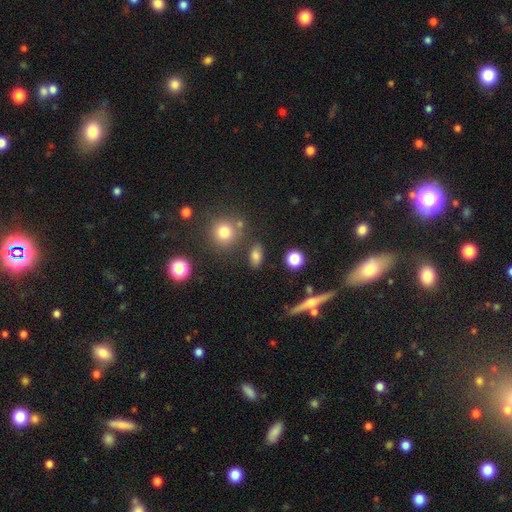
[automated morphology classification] Overall: smooth (76%). How rounded: in between (80%). Merging: none (81%).